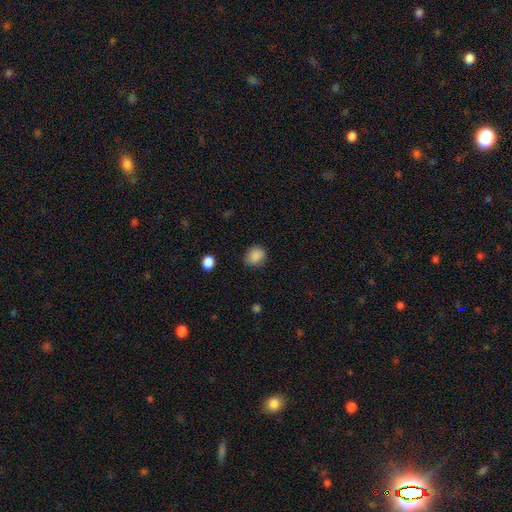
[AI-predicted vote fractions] A smooth galaxy with no disk features (87%) that is round (57%).

Vote fractions:
- Smooth or featured? smooth: 87% / star or artifact: 9% / featured or disk: 4%
- How rounded? round: 57% / in between: 42% / cigar-shaped: 1%
- Merging? none: 74% / minor disturbance: 20% / major disturbance: 4% / merger: 1%